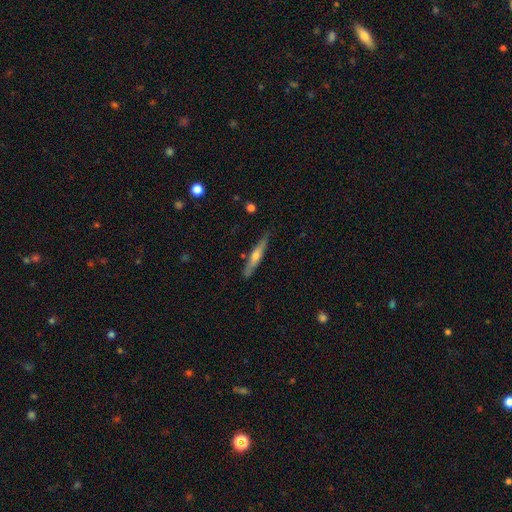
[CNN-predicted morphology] Smooth or featured? featured or disk (61%)
Edge-on disk? yes (95%)
Edge-on bulge? rounded (83%)
Merging? none (85%)